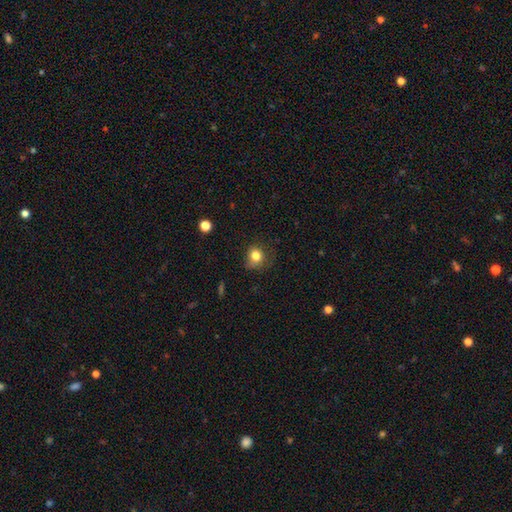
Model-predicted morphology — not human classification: Overall: smooth (80%). How rounded: round (77%). Merging: none (61%; minor disturbance 27%).